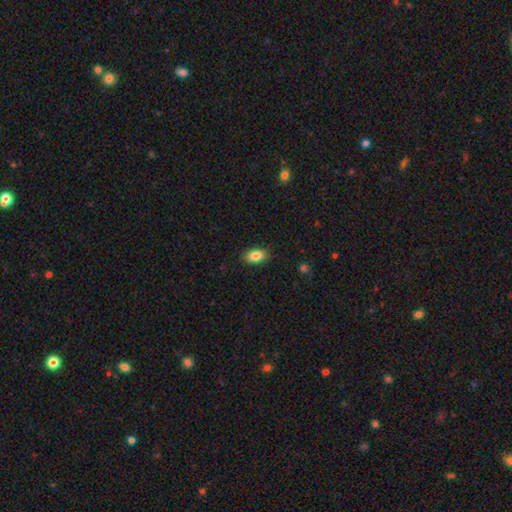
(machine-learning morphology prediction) Smooth or featured: smooth — 85% (star or artifact — 8%)
How rounded: in between — 88% (round — 10%)
Merging: none — 88% (minor disturbance — 9%)